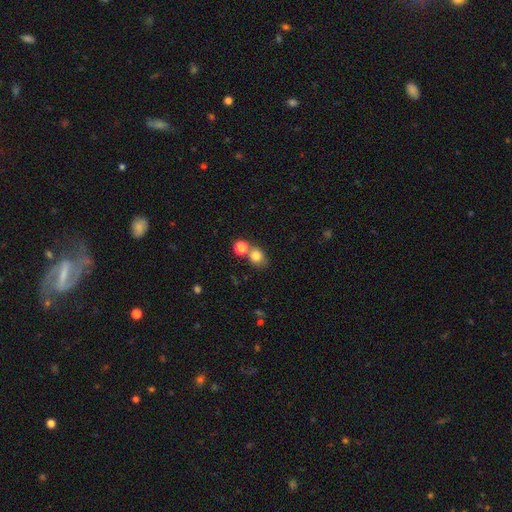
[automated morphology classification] smooth 79%, star or artifact 13%, featured or disk 8%. Down the decision tree: how rounded — round (69%); merging — none (56%).